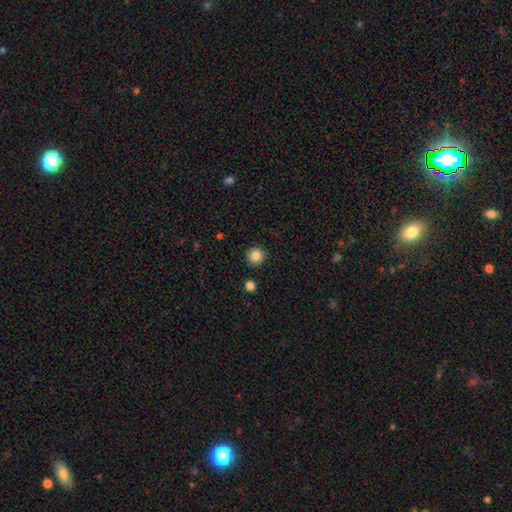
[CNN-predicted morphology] type=smooth (85%); roundness=round (95%); merging=none (91%).